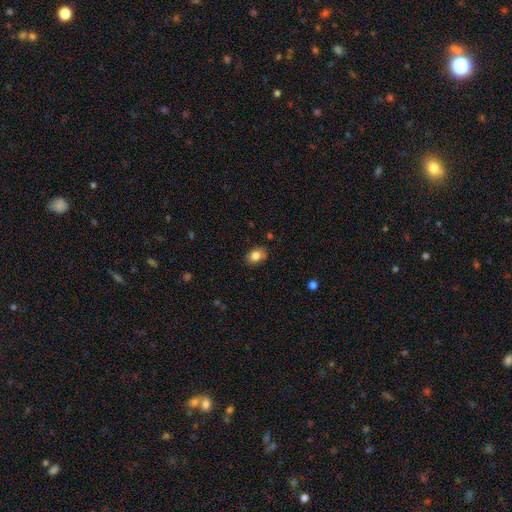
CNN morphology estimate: Q: Smooth or featured?
A: smooth (82%); runner-up: star or artifact (9%)
Q: How rounded?
A: in between (65%); runner-up: round (34%)
Q: Merging?
A: none (81%); runner-up: minor disturbance (15%)